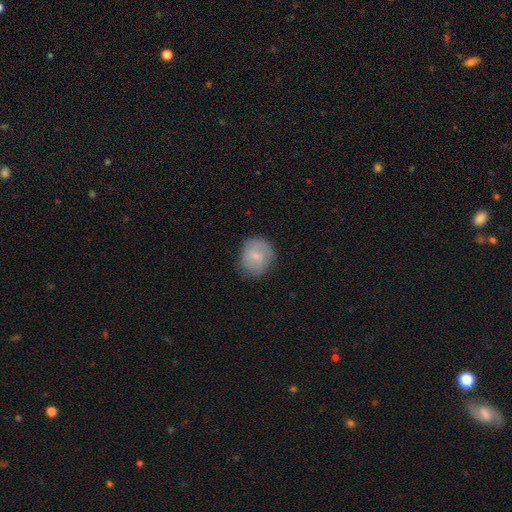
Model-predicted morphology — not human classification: Smooth or featured: smooth — 53% (featured or disk — 40%)
How rounded: round — 74% (in between — 25%)
Merging: none — 70% (minor disturbance — 22%)